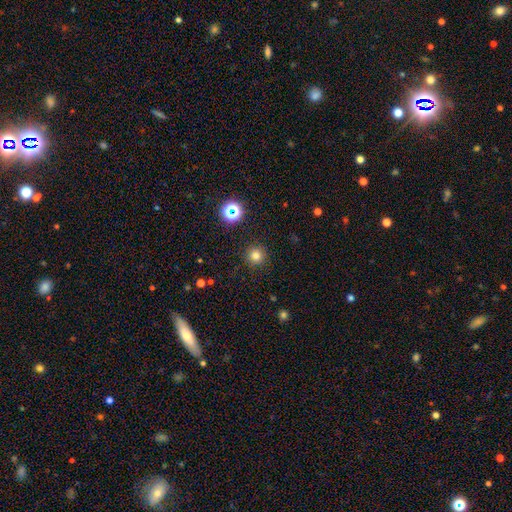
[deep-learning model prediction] The model was most divided on "smooth or featured": smooth: 76%, star or artifact: 18%, featured or disk: 6%. More confident: how rounded — round (96%); merging — none (91%).